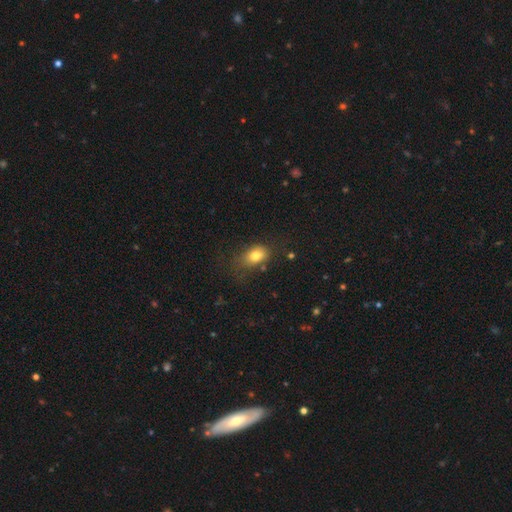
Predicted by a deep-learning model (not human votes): This appears to be a smooth galaxy with no disk features (78%) that is in between round and cigar-shaped (81%). Merging: none (58%).